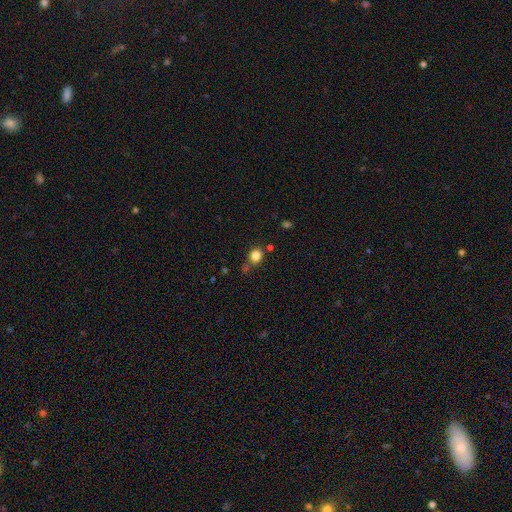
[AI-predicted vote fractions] smooth-or-featured: smooth: 82% | star or artifact: 12% | featured or disk: 5%
  how-rounded: round: 77% | in between: 22% | cigar-shaped: 1%
  merging: none: 71% | minor disturbance: 14% | merger: 10% | major disturbance: 5%